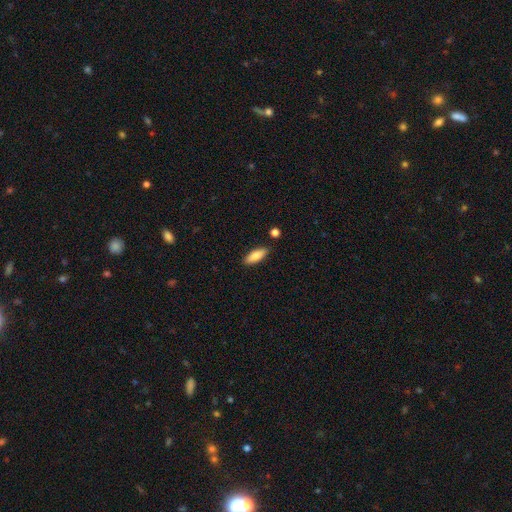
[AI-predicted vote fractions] smooth-or-featured: smooth: 84% | featured or disk: 9% | star or artifact: 6%
  how-rounded: in between: 65% | cigar-shaped: 33% | round: 2%
  merging: none: 85% | minor disturbance: 10% | merger: 3% | major disturbance: 2%